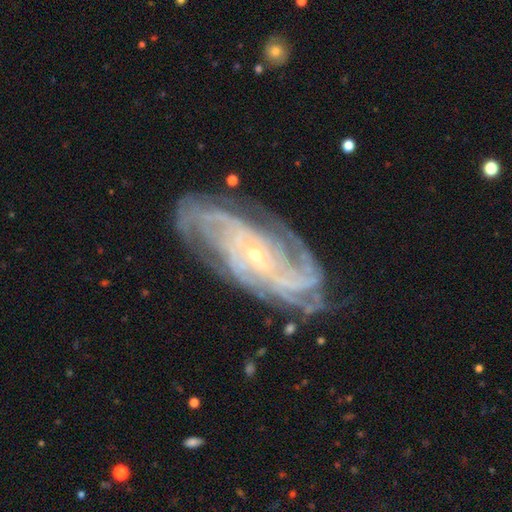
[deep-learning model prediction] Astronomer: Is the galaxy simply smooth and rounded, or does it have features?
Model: featured or disk — 90%.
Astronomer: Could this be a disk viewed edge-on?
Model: no — 94%.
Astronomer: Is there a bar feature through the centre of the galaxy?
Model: no — 65%.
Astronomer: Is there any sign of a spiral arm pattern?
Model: yes — 98%.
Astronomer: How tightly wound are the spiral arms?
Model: tight — 66%.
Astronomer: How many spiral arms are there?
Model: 4 — 27% (runner-up: can't tell, 19%).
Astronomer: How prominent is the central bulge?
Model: small — 84%.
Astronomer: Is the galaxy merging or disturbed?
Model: none — 76%.